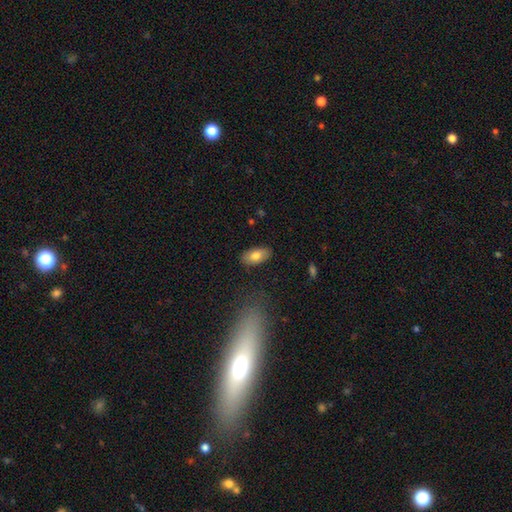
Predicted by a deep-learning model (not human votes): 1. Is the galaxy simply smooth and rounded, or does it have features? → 76% smooth, 17% featured or disk, 7% star or artifact.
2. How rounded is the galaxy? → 92% in between, 4% cigar-shaped, 4% round.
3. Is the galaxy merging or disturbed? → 87% none, 10% minor disturbance, 2% major disturbance, 1% merger.